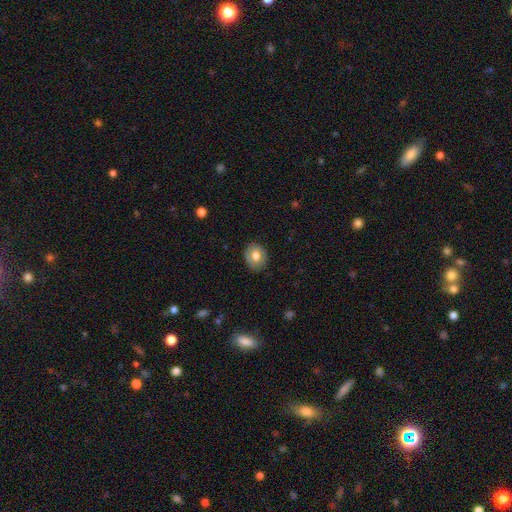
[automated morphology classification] A smooth galaxy with no disk features (66%) that is round (57%). Merging: none (84%).